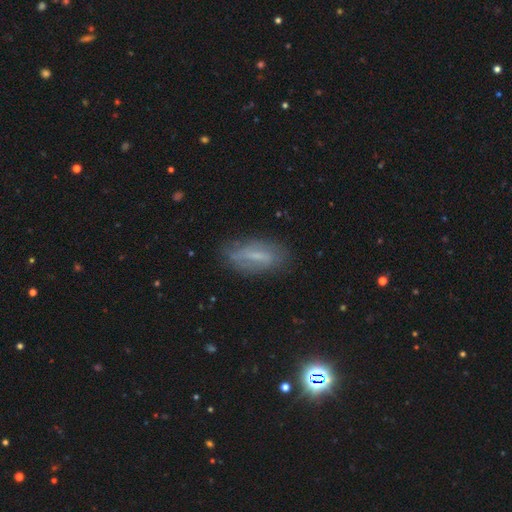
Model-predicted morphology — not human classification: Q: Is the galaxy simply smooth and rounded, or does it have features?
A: featured or disk — 47%.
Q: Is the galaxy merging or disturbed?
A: none — 74%.